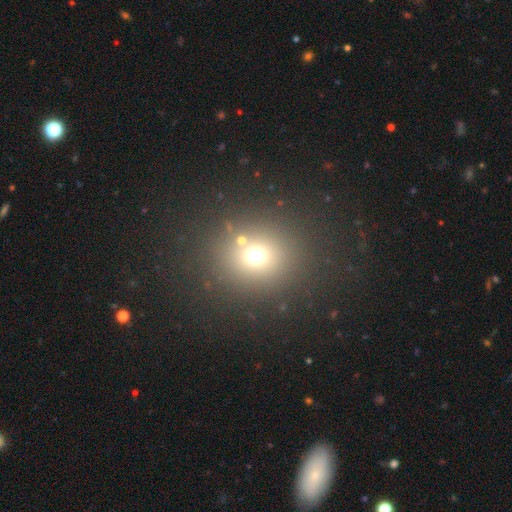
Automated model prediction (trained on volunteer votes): This is likely a smooth galaxy (66%). How rounded: clearly round (82%). Merging: clearly none (82%).